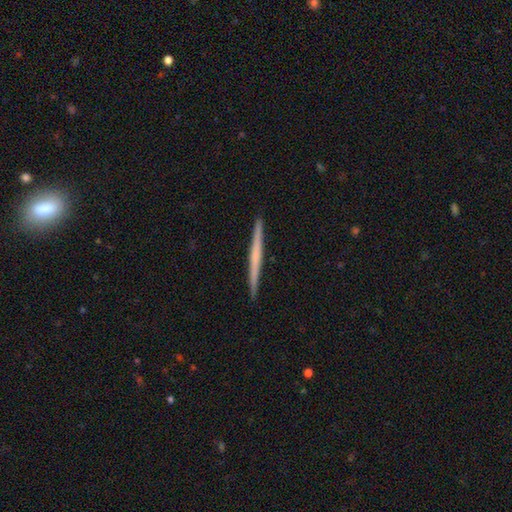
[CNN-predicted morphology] Smooth or featured? Predicted: featured or disk (p=0.52). Edge-on disk? Predicted: yes (p=0.98). Edge-on bulge? Predicted: none (p=0.85). Merging? Predicted: none (p=0.93).